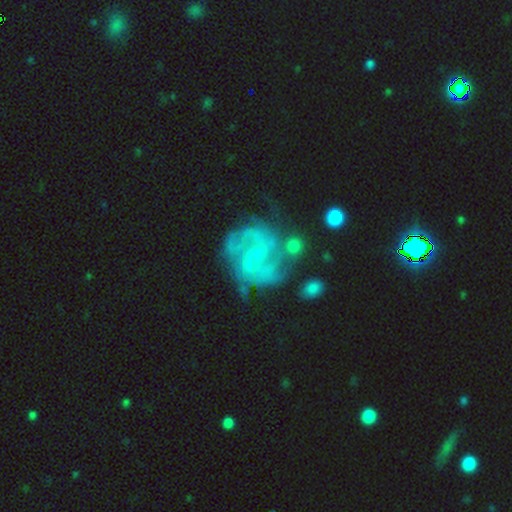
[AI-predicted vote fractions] A featured or disk galaxy (82%) with a weak bar (54%), 2 (51%) medium (49%) spiral arms (89%) and a small central bulge (53%). Merging: none (60%).